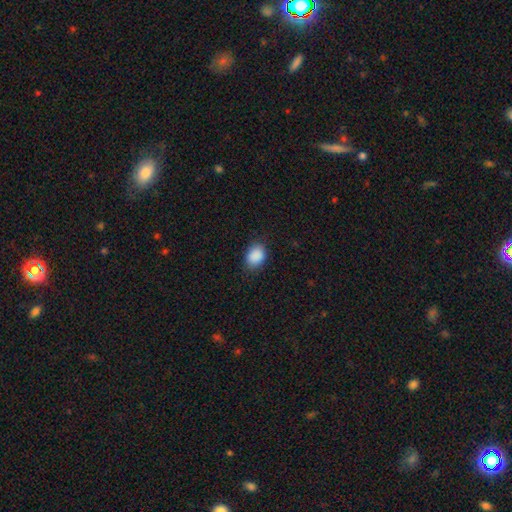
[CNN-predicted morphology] This appears to be a smooth galaxy with no disk features (90%) that is in between round and cigar-shaped (74%). Merging: none (82%).